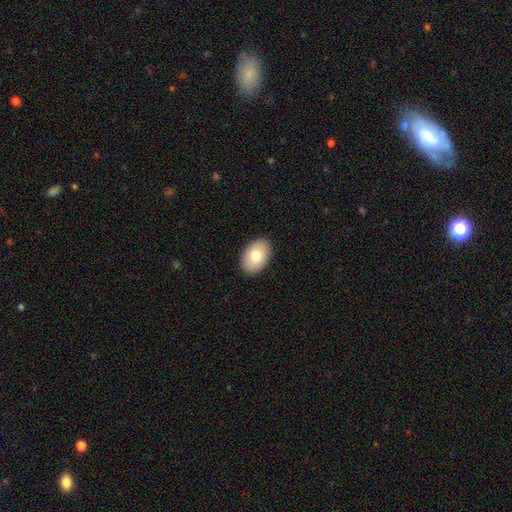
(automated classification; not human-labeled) Morphology: type=smooth (76%); roundness=in between (88%); merging=none (89%).